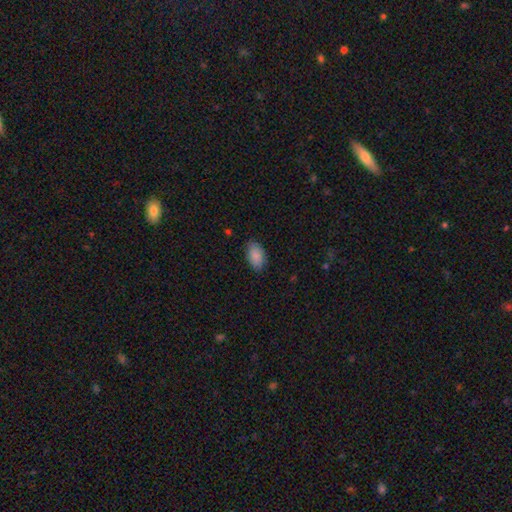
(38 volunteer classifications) This appears to be a smooth galaxy with no disk features (92%) that is in between round and cigar-shaped (97%). Merging: none (67%).